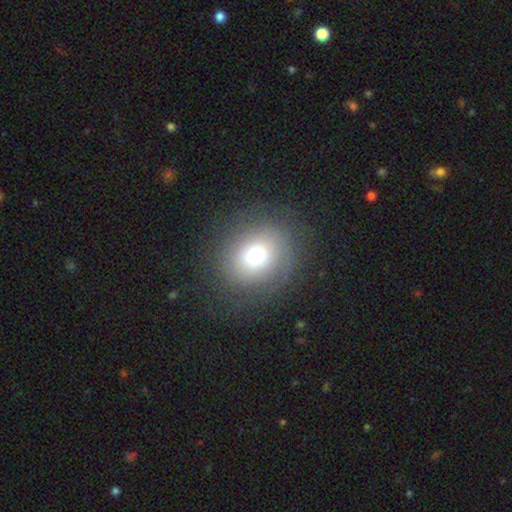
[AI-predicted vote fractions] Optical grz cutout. It shows a smooth galaxy with no disk features (59%) that is round (62%). Merging: none (80%).